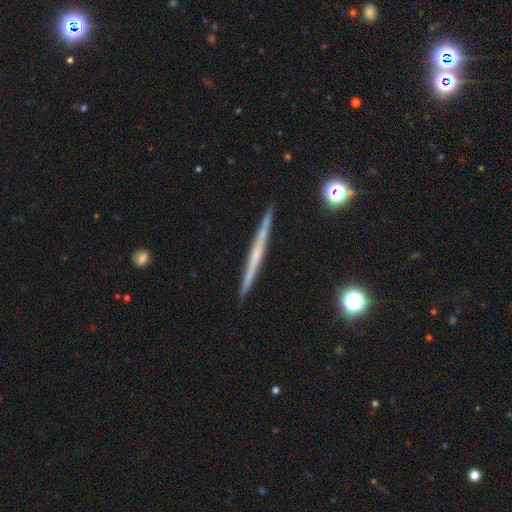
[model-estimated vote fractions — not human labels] A featured or disk galaxy (65%) viewed edge-on (98%) with no central bulge (75%). Merging: none (91%).